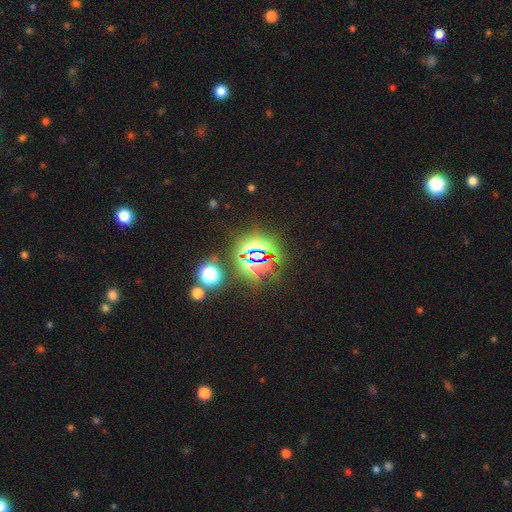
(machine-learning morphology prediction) star or artifact 78%, smooth 13%, featured or disk 9%.